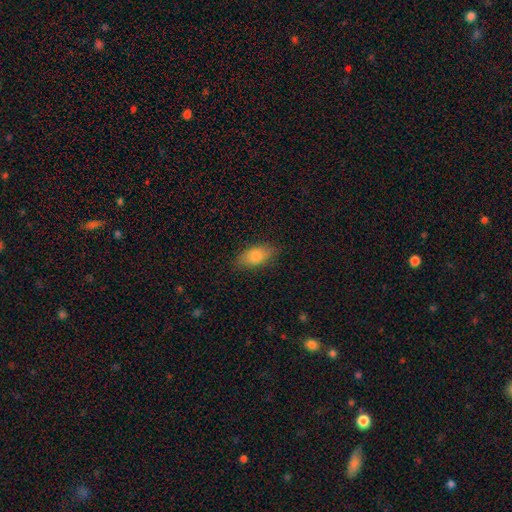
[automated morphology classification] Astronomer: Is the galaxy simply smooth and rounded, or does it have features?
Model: smooth — 80%.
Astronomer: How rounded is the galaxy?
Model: in between — 86%.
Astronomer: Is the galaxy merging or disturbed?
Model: none — 84%.